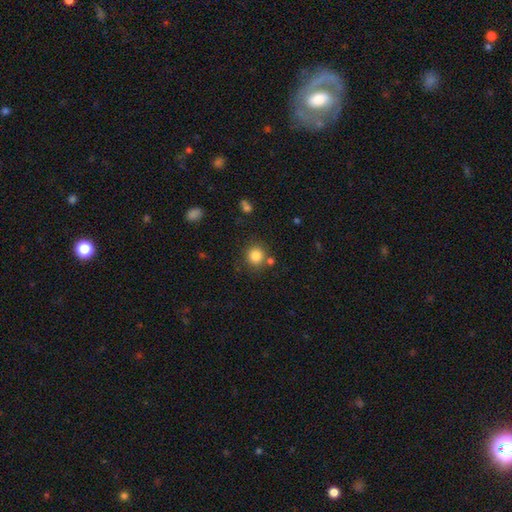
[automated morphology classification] Smooth or featured?
  - smooth: 83% *
  - star or artifact: 11%
  - featured or disk: 5%
How rounded?
  - round: 91% *
  - in between: 8%
  - cigar-shaped: 1%
Merging?
  - none: 78% *
  - merger: 9%
  - minor disturbance: 9%
  - major disturbance: 3%